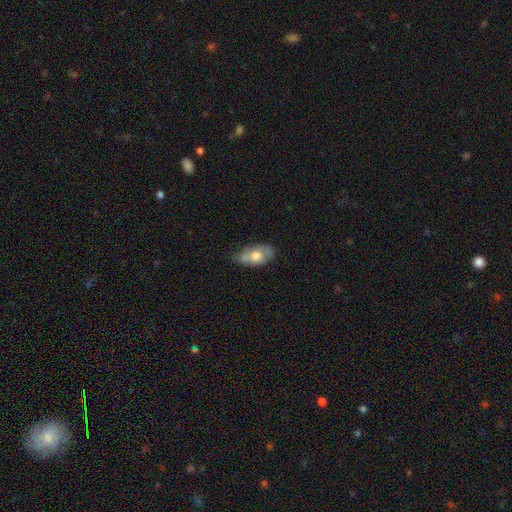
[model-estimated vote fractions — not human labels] Overall: smooth (60%; featured or disk 34%). How rounded: in between (90%). Merging: none (56%; minor disturbance 33%).